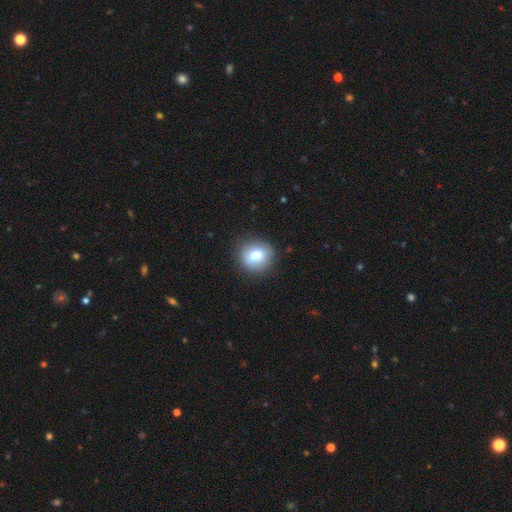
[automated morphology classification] type=smooth (78%); roundness=round (74%); merging=none (83%).